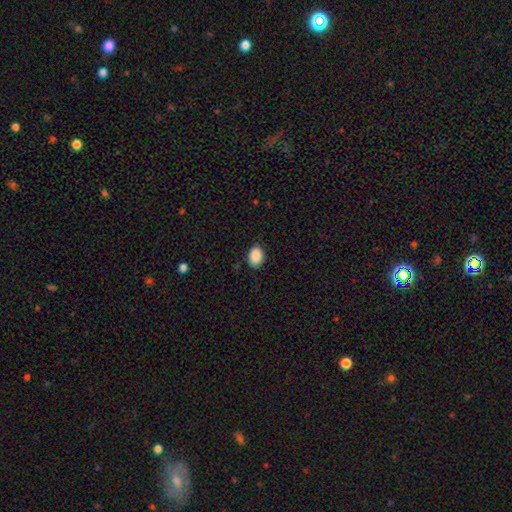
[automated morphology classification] smooth_or_featured: smooth (p=0.90) [alt: star or artifact p=0.07]
how_rounded: in between (p=0.77) [alt: round p=0.22]
merging: none (p=0.85) [alt: minor disturbance p=0.12]